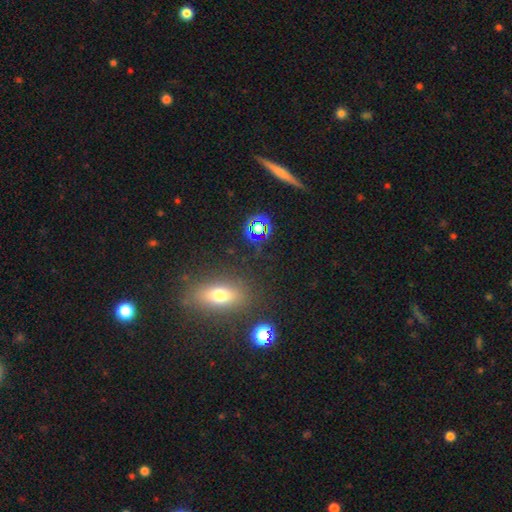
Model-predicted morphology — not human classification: smooth_or_featured: smooth (p=0.50) [alt: featured or disk p=0.31]
merging: none (p=0.83) [alt: minor disturbance p=0.09]